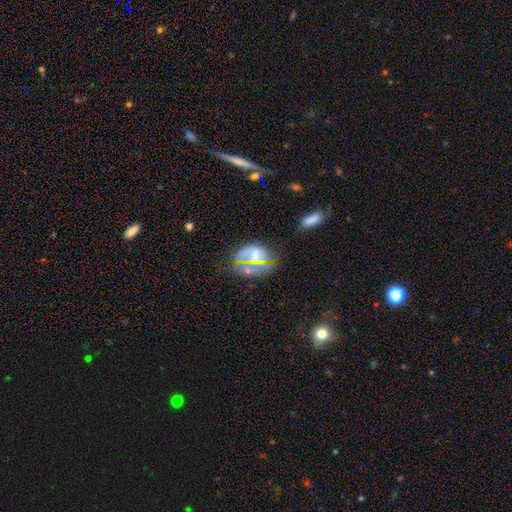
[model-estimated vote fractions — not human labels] Smooth or featured? smooth (40%)
Merging? none (55%)